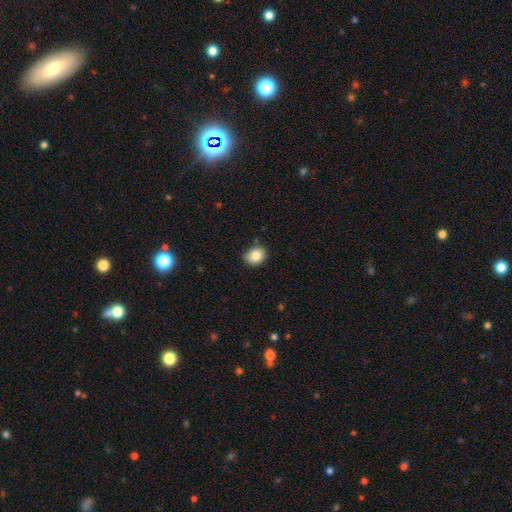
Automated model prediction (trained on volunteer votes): A smooth galaxy with no disk features (84%) that is round (58%).

Vote fractions:
- Smooth or featured? smooth: 84% / star or artifact: 9% / featured or disk: 7%
- How rounded? round: 58% / in between: 41% / cigar-shaped: 1%
- Merging? none: 78% / minor disturbance: 17% / major disturbance: 3% / merger: 2%